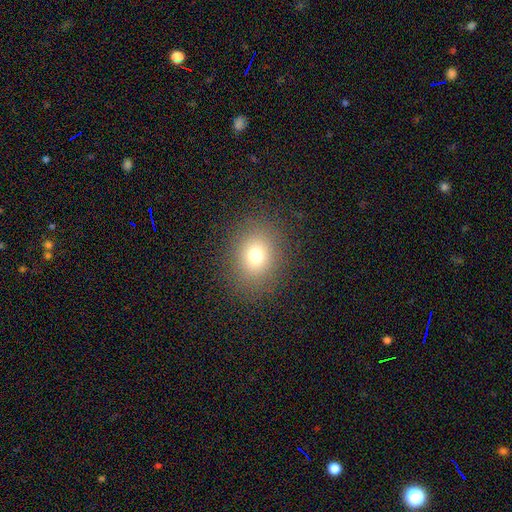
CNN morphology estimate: Overall: smooth (73%). How rounded: round (62%; in between 38%). Merging: none (86%).